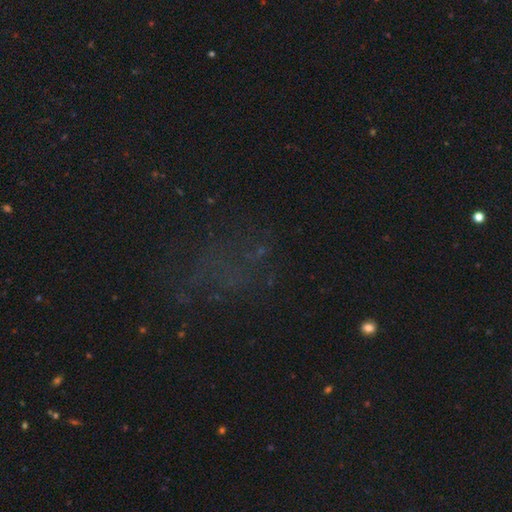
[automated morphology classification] Q: Smooth or featured?
A: star or artifact (54%); runner-up: smooth (24%)